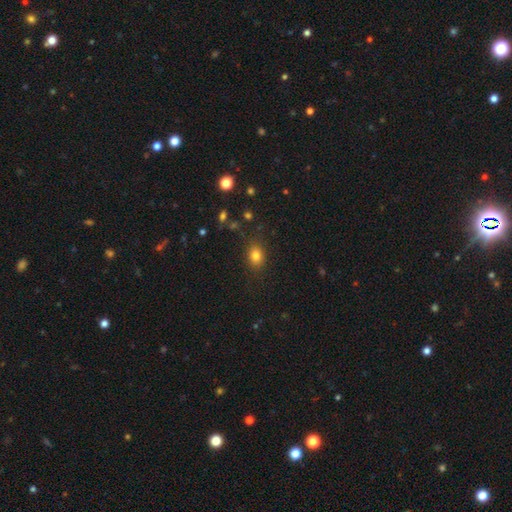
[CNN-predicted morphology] type=smooth (81%); roundness=in between (63%); merging=none (84%).